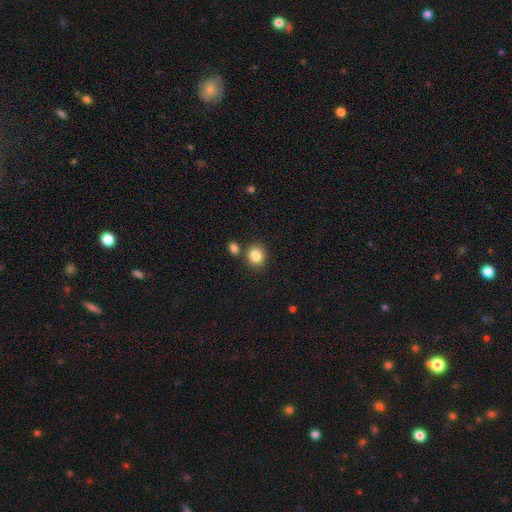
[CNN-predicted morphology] smooth-or-featured: smooth: 84% | star or artifact: 10% | featured or disk: 6%
  how-rounded: round: 82% | in between: 17% | cigar-shaped: 1%
  merging: none: 78% | merger: 11% | minor disturbance: 9% | major disturbance: 3%